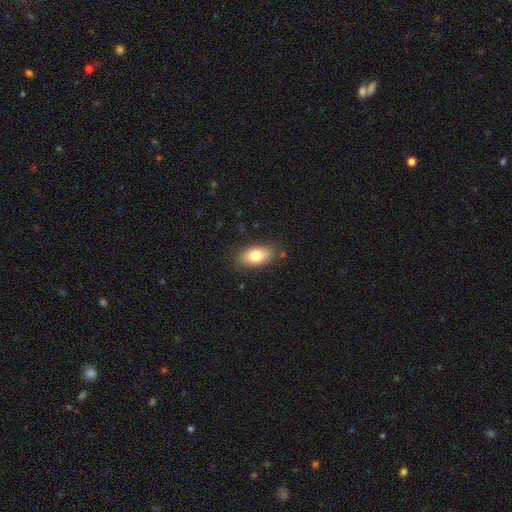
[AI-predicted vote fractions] Overall: smooth (80%). How rounded: in between (90%). Merging: none (80%).